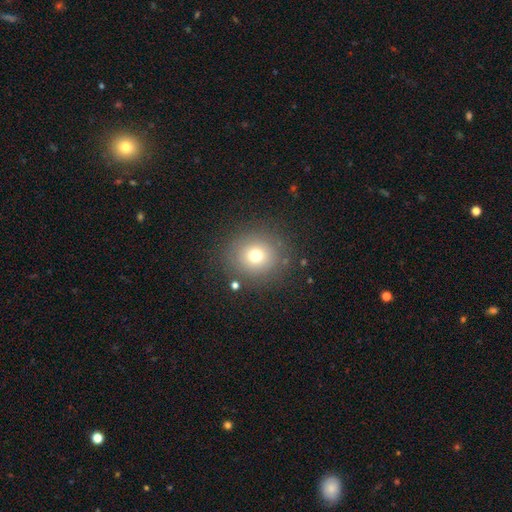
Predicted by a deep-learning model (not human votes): Smooth or featured? smooth (71%)
How rounded? round (89%)
Merging? none (84%)